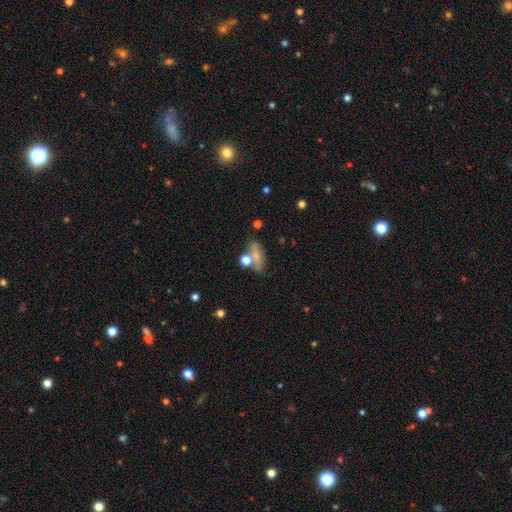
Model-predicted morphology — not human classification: Overall: smooth (67%). How rounded: in between (64%). Merging: none (57%; merger 20%).